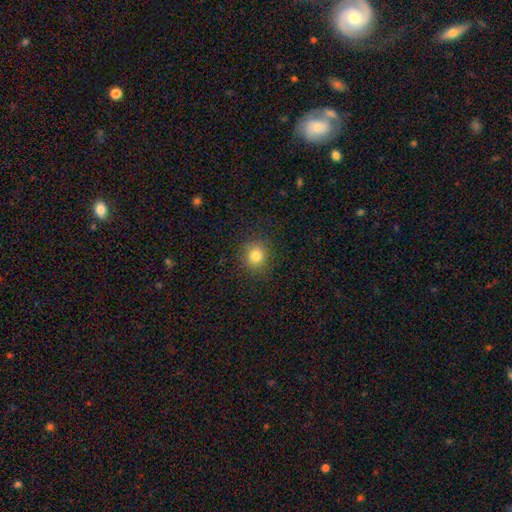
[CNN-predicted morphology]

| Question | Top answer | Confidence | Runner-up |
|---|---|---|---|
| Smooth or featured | smooth | 80% | star or artifact (13%) |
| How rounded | round | 87% | in between (12%) |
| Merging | none | 89% | minor disturbance (8%) |